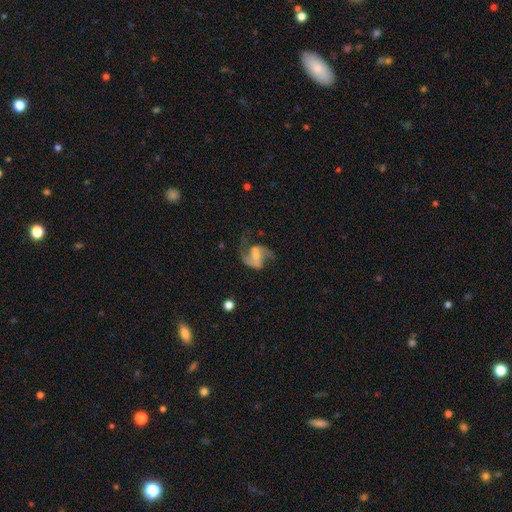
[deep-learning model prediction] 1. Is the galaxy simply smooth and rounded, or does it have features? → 83% featured or disk, 11% smooth, 7% star or artifact.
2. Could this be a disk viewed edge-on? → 98% no, 2% yes.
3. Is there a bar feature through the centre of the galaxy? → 46% no, 39% weak, 15% strong.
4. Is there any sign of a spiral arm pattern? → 94% yes, 6% no.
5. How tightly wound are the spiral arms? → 49% loose, 42% medium, 9% tight.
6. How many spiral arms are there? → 88% 2, 5% 1, 3% can't tell, 2% 3, 1% 4, 1% more than 4.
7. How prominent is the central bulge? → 53% small, 29% moderate, 14% none, 4% large, 1% dominant.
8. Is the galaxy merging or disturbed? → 54% none, 21% major disturbance, 18% minor disturbance, 7% merger.